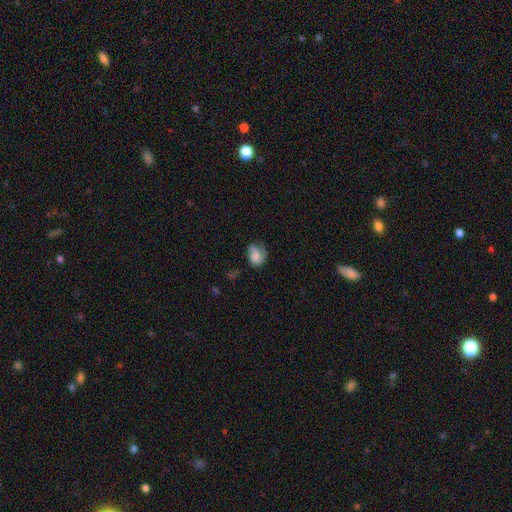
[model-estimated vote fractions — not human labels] smooth-or-featured: smooth: 62% | featured or disk: 29% | star or artifact: 9%
  how-rounded: in between: 60% | round: 38% | cigar-shaped: 1%
  merging: none: 40% | minor disturbance: 31% | major disturbance: 26% | merger: 3%